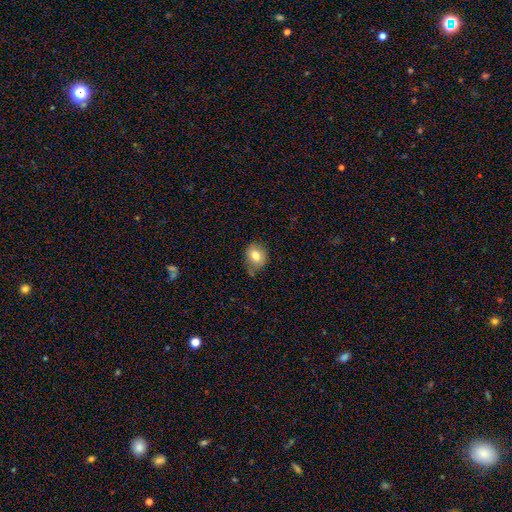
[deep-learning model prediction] A smooth galaxy with no disk features (79%) that is round (65%). Merging: none (68%).